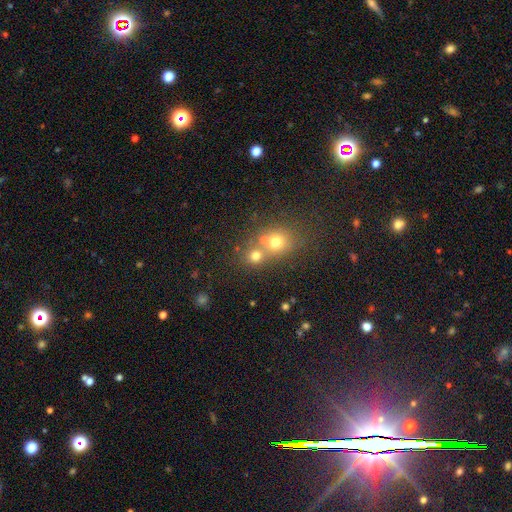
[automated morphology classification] Smooth or featured?
  - smooth: 69% *
  - star or artifact: 18%
  - featured or disk: 13%
How rounded?
  - round: 81% *
  - in between: 18%
  - cigar-shaped: 1%
Merging?
  - none: 46% *
  - merger: 44%
  - minor disturbance: 7%
  - major disturbance: 3%